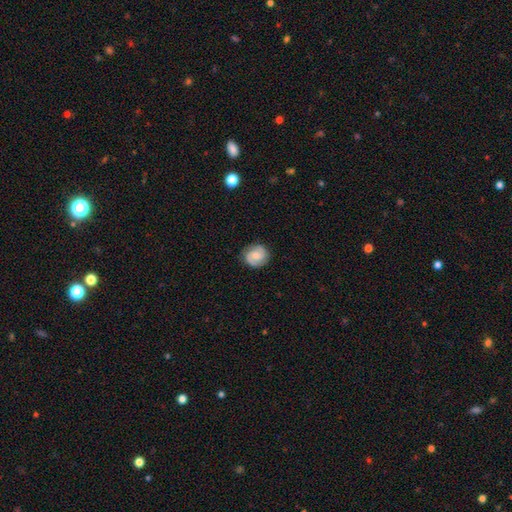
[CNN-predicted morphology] Smooth or featured?
  - featured or disk: 57% *
  - smooth: 35%
  - star or artifact: 8%
Edge-on disk?
  - no: 98% *
  - yes: 2%
Bar?
  - no: 53% *
  - weak: 40%
  - strong: 7%
Spiral arms?
  - yes: 93% *
  - no: 7%
Spiral winding?
  - medium: 43% * (tied)
  - tight: 43% * (tied)
  - loose: 14%
Spiral arm count?
  - 2: 84% *
  - can't tell: 7%
  - 1: 3%
  - 3: 3%
  - 4: 1%
  - more than 4: 1%
Bulge size?
  - moderate: 40% *
  - small: 38%
  - none: 14%
  - large: 6%
  - dominant: 2%
Merging?
  - none: 84% *
  - minor disturbance: 12%
  - major disturbance: 3%
  - merger: 1%